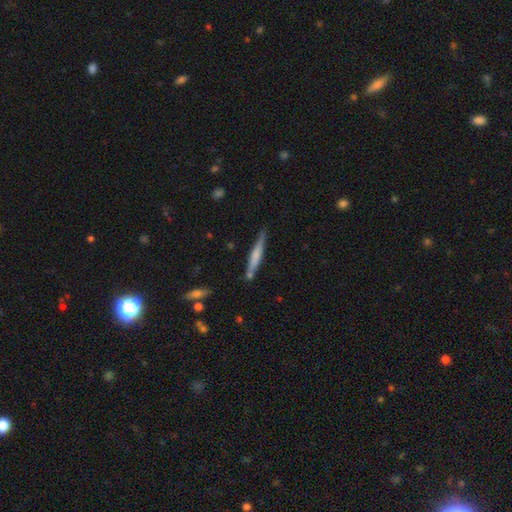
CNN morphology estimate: smooth_or_featured: smooth (p=0.56) [alt: featured or disk p=0.38]
how_rounded: cigar-shaped (p=0.94) [alt: in between p=0.04]
merging: none (p=0.78) [alt: minor disturbance p=0.13]